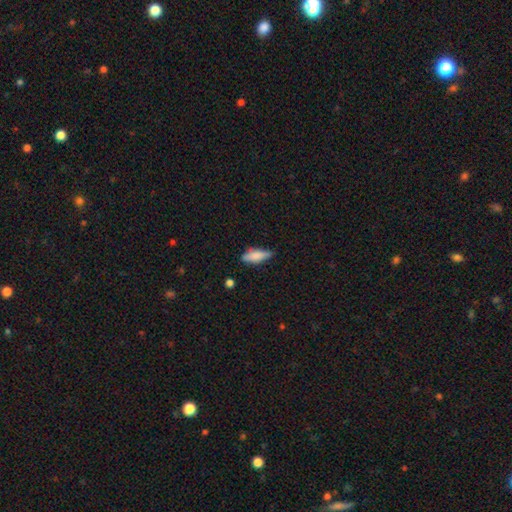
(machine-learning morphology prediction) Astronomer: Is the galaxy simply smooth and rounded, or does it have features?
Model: smooth — 71%.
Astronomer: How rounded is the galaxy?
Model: in between — 58% (runner-up: cigar-shaped, 40%).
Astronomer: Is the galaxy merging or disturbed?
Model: none — 66%.